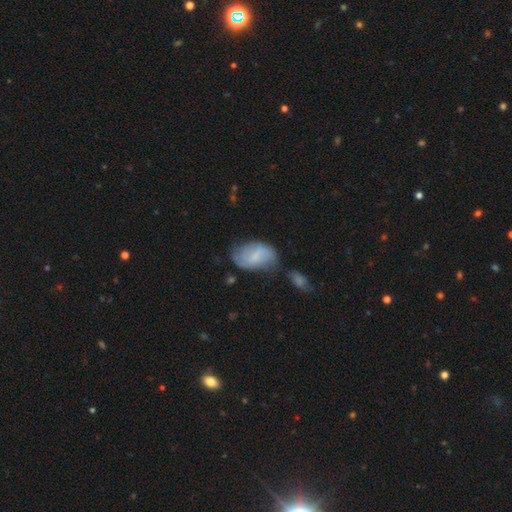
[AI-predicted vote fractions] Smooth or featured? smooth (57%)
How rounded? in between (91%)
Merging? none (45%)